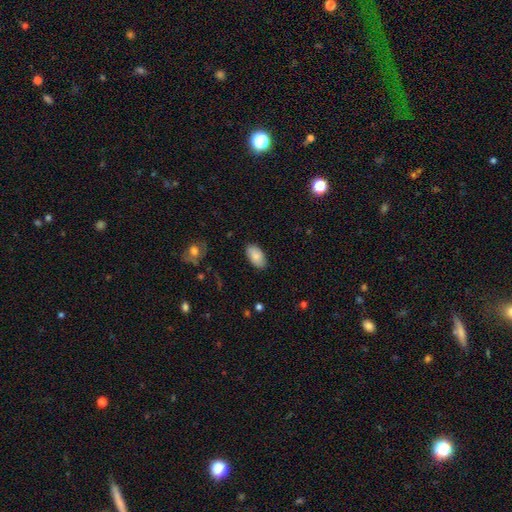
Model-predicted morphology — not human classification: smooth 84%, featured or disk 10%, star or artifact 7%. Down the decision tree: how rounded — in between (95%); merging — none (85%).